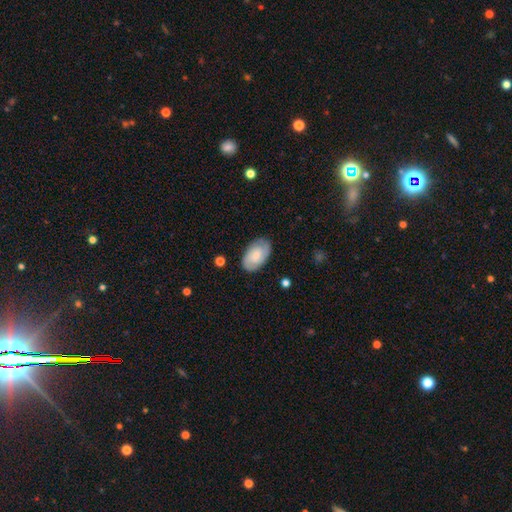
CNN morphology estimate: This appears to be a featured or disk galaxy (54%) with no bar (65%), spiral arms (87%) and a small central bulge (56%). Merging: none (83%).